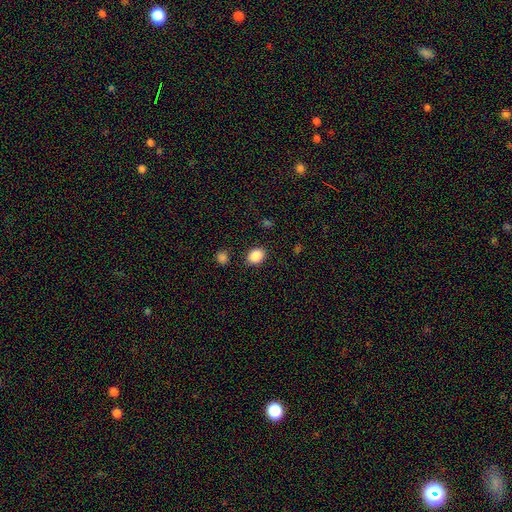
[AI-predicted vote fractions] Smooth or featured: smooth — 88% (star or artifact — 9%)
How rounded: in between — 67% (round — 32%)
Merging: none — 85% (minor disturbance — 10%)